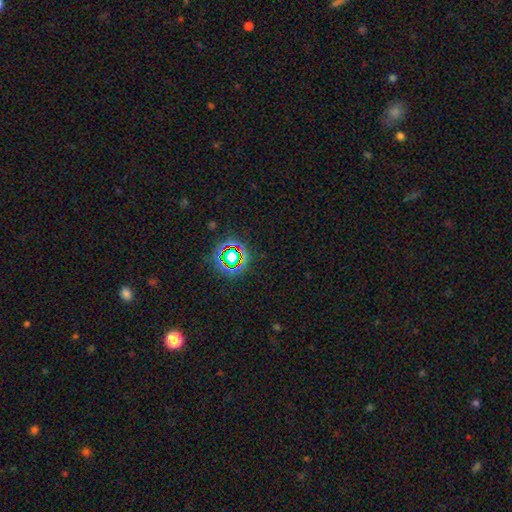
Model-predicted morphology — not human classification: star or artifact 74%, smooth 16%, featured or disk 10%.